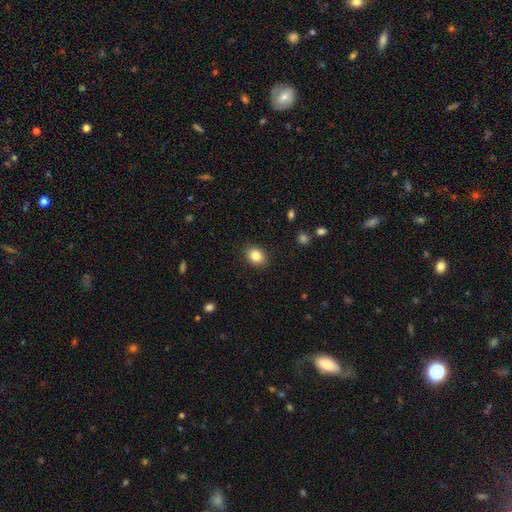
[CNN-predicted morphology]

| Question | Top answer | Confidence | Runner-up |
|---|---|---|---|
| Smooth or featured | smooth | 84% | star or artifact (9%) |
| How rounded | in between | 59% | round (40%) |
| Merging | none | 89% | minor disturbance (8%) |